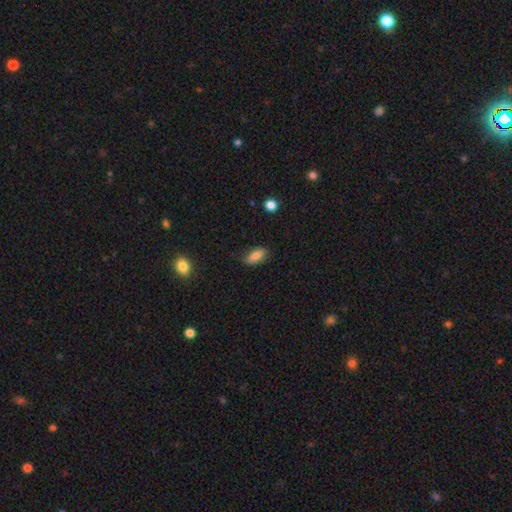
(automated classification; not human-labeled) Smooth or featured? smooth (78%)
How rounded? in between (81%)
Merging? none (75%)